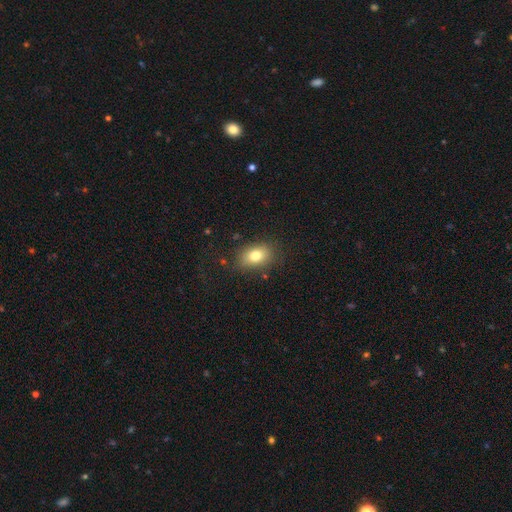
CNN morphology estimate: smooth_or_featured: smooth (p=0.78) [alt: featured or disk p=0.11]
how_rounded: in between (p=0.78) [alt: round p=0.20]
merging: none (p=0.80) [alt: minor disturbance p=0.14]